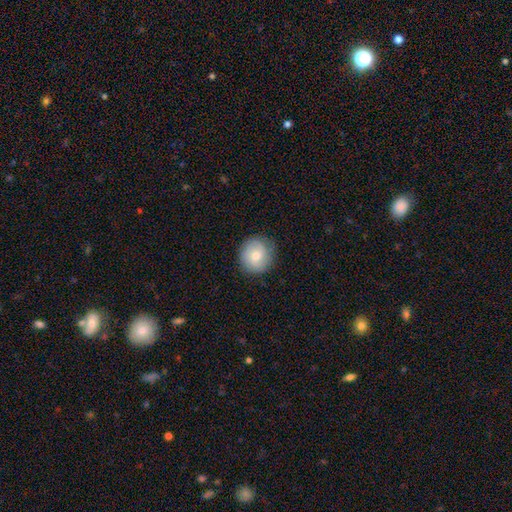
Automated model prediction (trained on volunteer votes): Overall: smooth (65%; featured or disk 28%). How rounded: round (88%). Merging: none (83%).